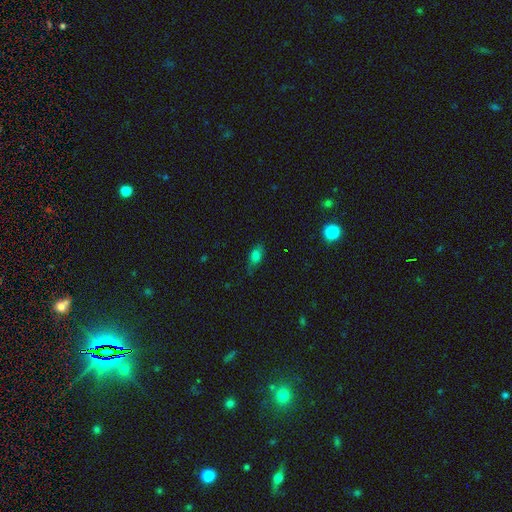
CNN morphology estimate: Smooth or featured? smooth (73%)
How rounded? in between (81%)
Merging? none (65%)